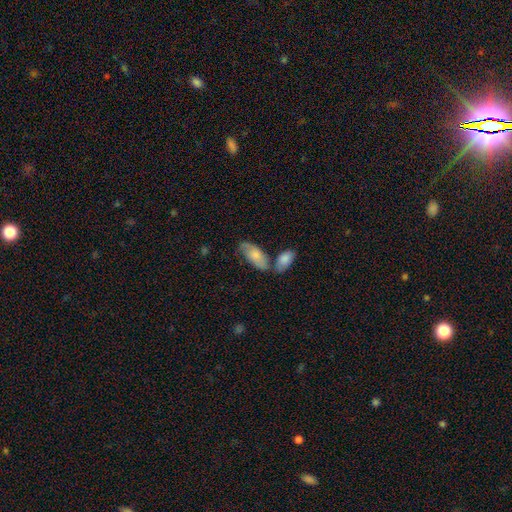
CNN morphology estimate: Smooth or featured: smooth — 62% (featured or disk — 31%)
How rounded: in between — 90% (cigar-shaped — 7%)
Merging: none — 43% (merger — 27%)